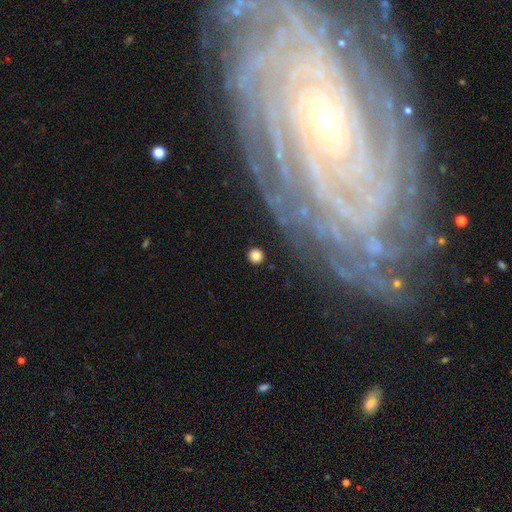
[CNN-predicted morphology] A smooth galaxy with no disk features (82%) that is round (93%).

Vote fractions:
- Smooth or featured? smooth: 82% / star or artifact: 11% / featured or disk: 8%
- How rounded? round: 93% / in between: 6% / cigar-shaped: 1%
- Merging? none: 89% / minor disturbance: 6% / major disturbance: 3% / merger: 2%